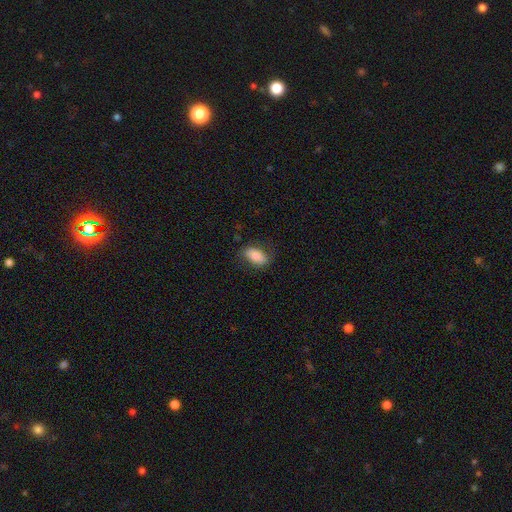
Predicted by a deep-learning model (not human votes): This is clearly a smooth galaxy (82%). How rounded: clearly in between (90%). Merging: likely none (73%).